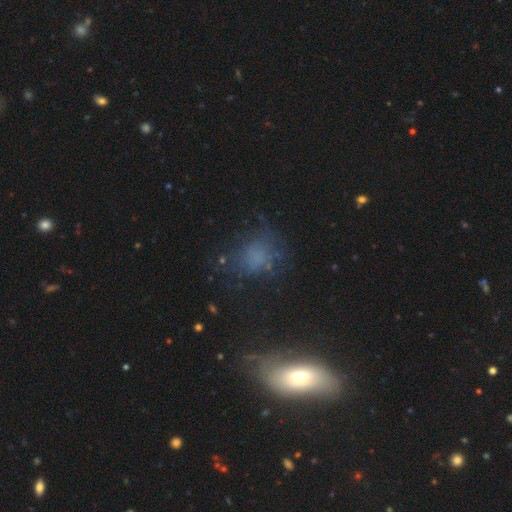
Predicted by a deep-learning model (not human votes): Smooth or featured? smooth (55%)
How rounded? round (51%)
Merging? none (57%)